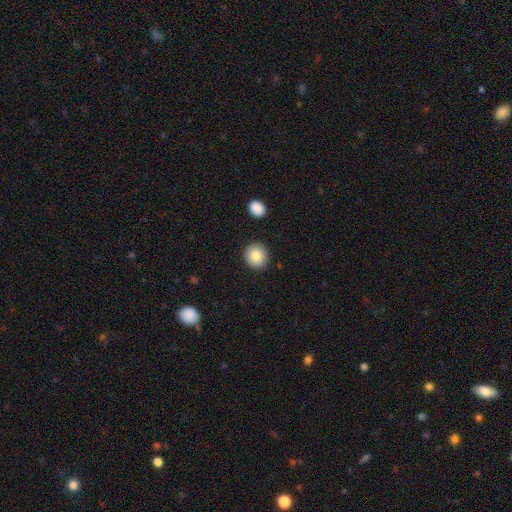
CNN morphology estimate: This appears to be a smooth galaxy with no disk features (84%) that is round (89%). Merging: none (89%).